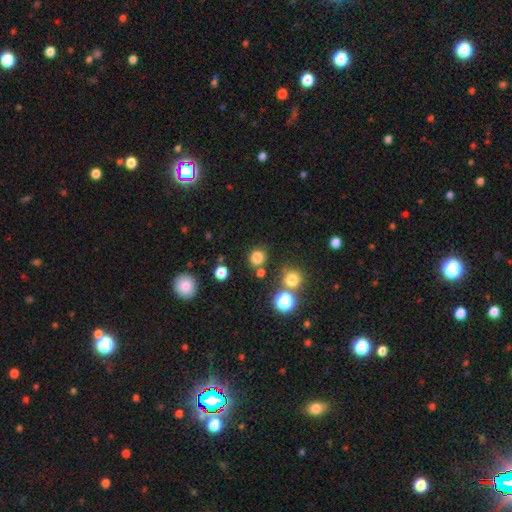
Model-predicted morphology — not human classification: Smooth or featured?
  - smooth: 78% *
  - star or artifact: 17%
  - featured or disk: 5%
How rounded?
  - round: 84% *
  - in between: 15%
  - cigar-shaped: 1%
Merging?
  - none: 76% *
  - minor disturbance: 11%
  - merger: 8%
  - major disturbance: 4%